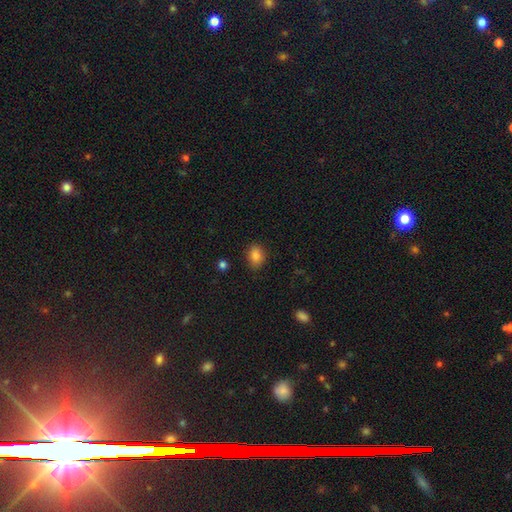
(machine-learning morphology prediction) smooth_or_featured: smooth (p=0.84) [alt: star or artifact p=0.10]
how_rounded: in between (p=0.67) [alt: round p=0.32]
merging: none (p=0.87) [alt: minor disturbance p=0.10]